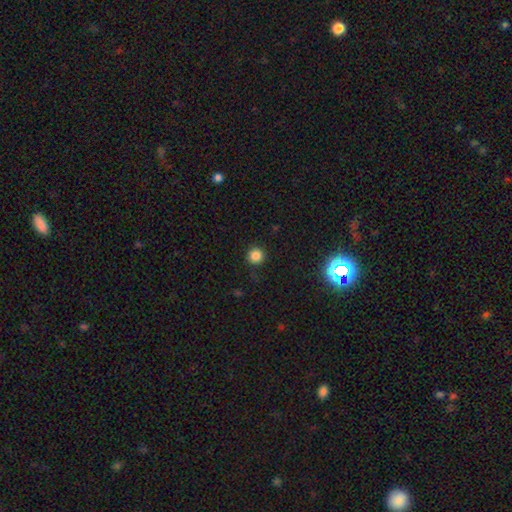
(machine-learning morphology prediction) Q: Smooth or featured?
A: smooth (83%); runner-up: star or artifact (13%)
Q: How rounded?
A: round (95%); runner-up: in between (4%)
Q: Merging?
A: none (89%); runner-up: minor disturbance (7%)